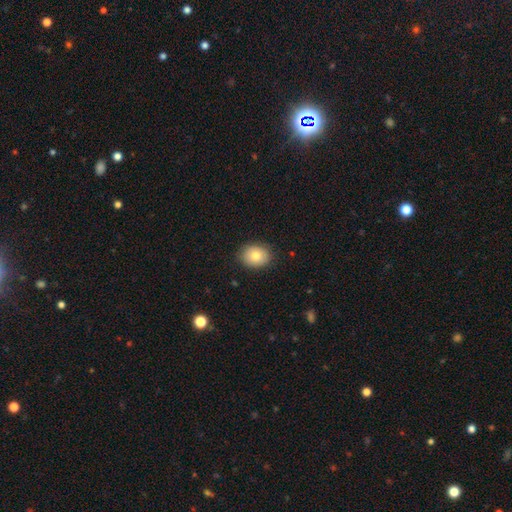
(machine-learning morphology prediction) This is likely a smooth galaxy (79%). How rounded: possibly round (50%). Merging: clearly none (86%).